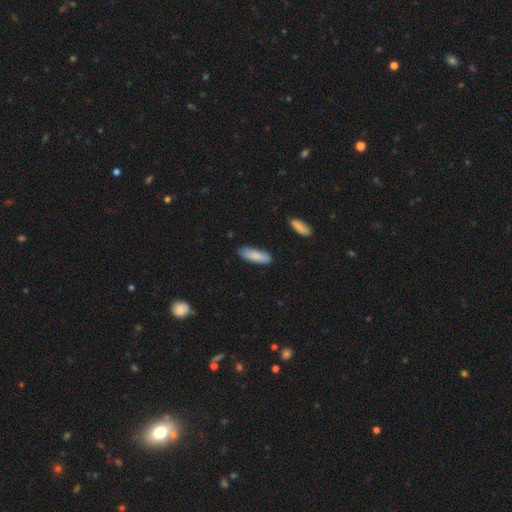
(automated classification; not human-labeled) Smooth or featured?
  - smooth: 86% *
  - featured or disk: 8%
  - star or artifact: 5%
How rounded?
  - in between: 54% *
  - cigar-shaped: 44%
  - round: 1%
Merging?
  - none: 84% *
  - minor disturbance: 12%
  - major disturbance: 2%
  - merger: 2%